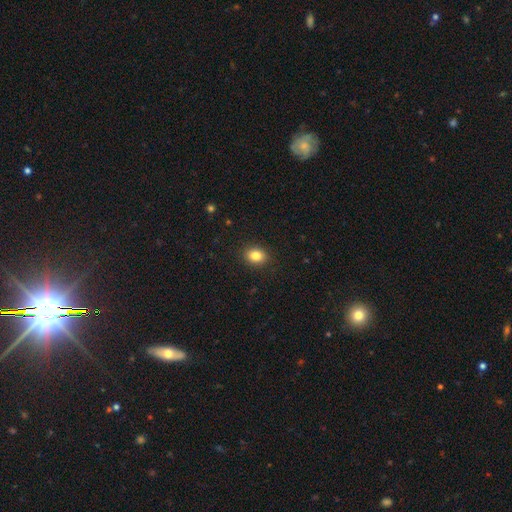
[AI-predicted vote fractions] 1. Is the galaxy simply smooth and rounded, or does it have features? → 84% smooth, 10% star or artifact, 6% featured or disk.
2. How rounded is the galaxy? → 58% in between, 41% round, 1% cigar-shaped.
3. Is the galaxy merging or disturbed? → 90% none, 7% minor disturbance, 2% major disturbance, 1% merger.